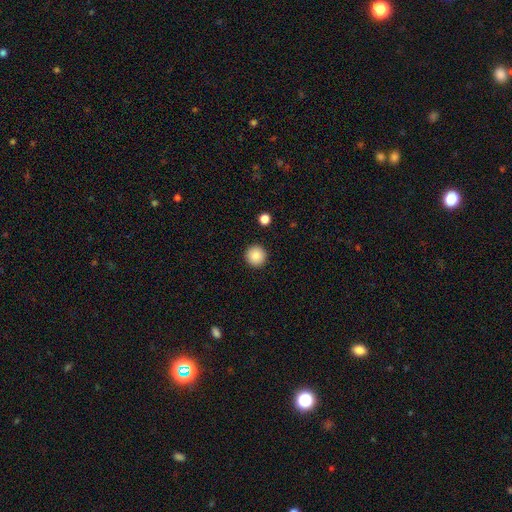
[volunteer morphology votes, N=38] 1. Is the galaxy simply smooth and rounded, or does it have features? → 95% smooth, 3% featured or disk, 3% star or artifact.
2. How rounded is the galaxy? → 97% round, 3% in between, 0% cigar-shaped.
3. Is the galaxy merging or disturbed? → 97% none, 3% major disturbance, 0% minor disturbance, 0% merger.